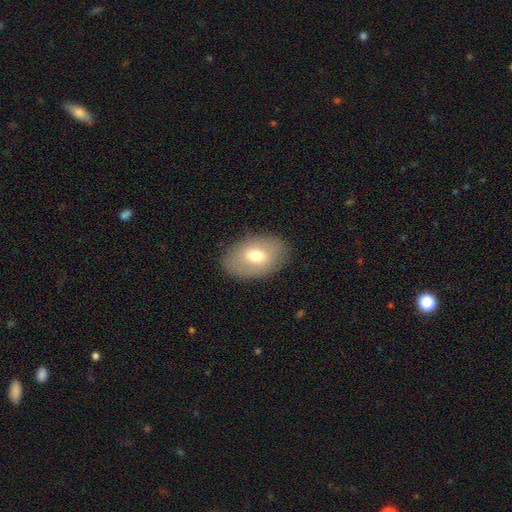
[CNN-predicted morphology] Q: Smooth or featured?
A: smooth (64%); runner-up: featured or disk (29%)
Q: How rounded?
A: in between (87%); runner-up: round (12%)
Q: Merging?
A: none (84%); runner-up: minor disturbance (12%)